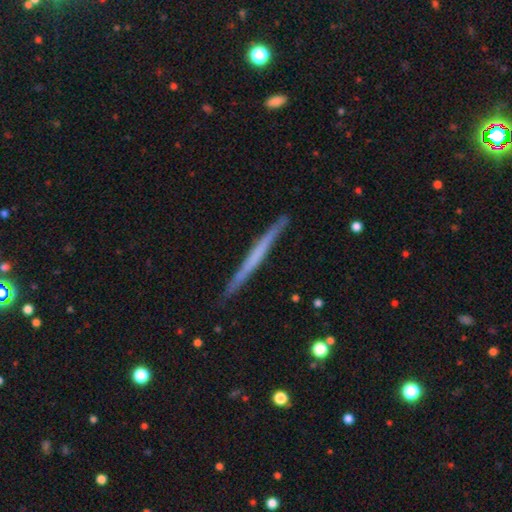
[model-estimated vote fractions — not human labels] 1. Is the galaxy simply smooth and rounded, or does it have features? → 54% featured or disk, 41% smooth, 6% star or artifact.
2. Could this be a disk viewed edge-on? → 98% yes, 2% no.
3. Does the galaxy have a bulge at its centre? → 89% none, 7% rounded, 4% boxy.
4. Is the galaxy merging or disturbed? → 91% none, 7% minor disturbance, 1% major disturbance, 1% merger.